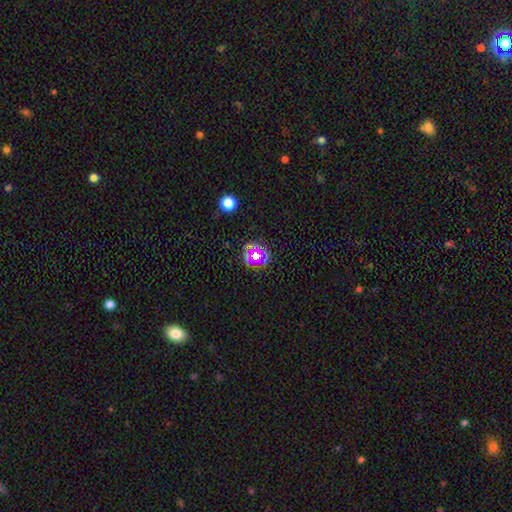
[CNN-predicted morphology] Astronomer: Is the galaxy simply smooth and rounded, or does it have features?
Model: star or artifact — 60%.